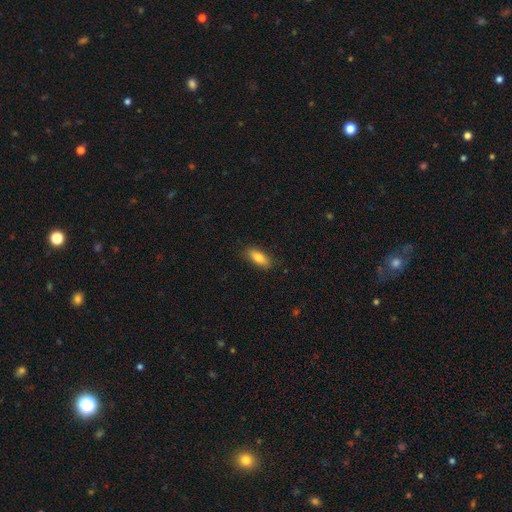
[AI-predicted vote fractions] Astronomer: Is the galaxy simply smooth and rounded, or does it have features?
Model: smooth — 79%.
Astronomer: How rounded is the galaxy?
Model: in between — 74%.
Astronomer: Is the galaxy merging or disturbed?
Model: none — 86%.